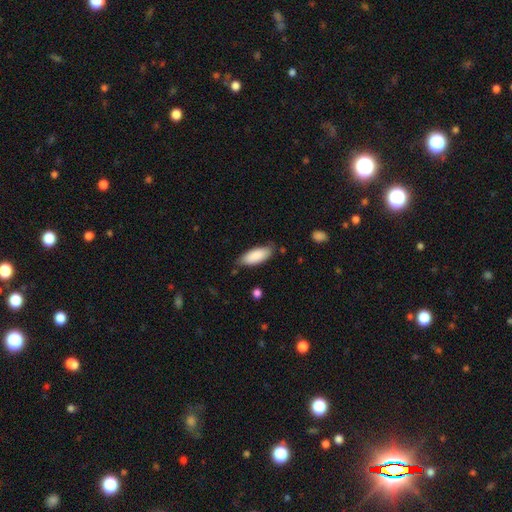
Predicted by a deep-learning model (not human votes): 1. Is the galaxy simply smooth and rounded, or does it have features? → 87% smooth, 7% featured or disk, 6% star or artifact.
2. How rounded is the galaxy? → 80% in between, 18% cigar-shaped, 2% round.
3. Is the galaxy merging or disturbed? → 72% none, 22% minor disturbance, 4% major disturbance, 2% merger.